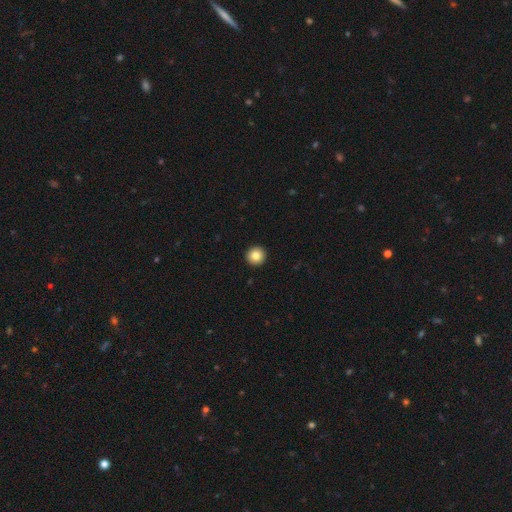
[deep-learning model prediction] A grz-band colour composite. It shows a smooth galaxy with no disk features (84%) that is round (96%). Merging: none (94%).